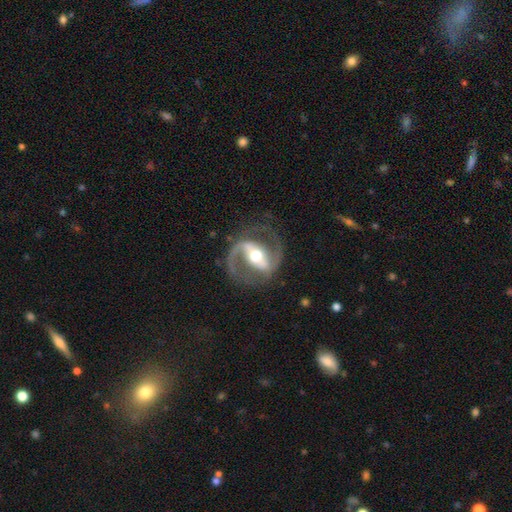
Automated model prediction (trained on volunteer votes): The model was most divided on "bar": strong: 57%, weak: 26%, no: 17%. More confident: edge-on disk — no (96%); spiral arms — yes (95%); spiral arm count — 2 (91%); smooth or featured — featured or disk (90%); merging — none (77%); bulge size — moderate (70%); spiral winding — medium (59%).